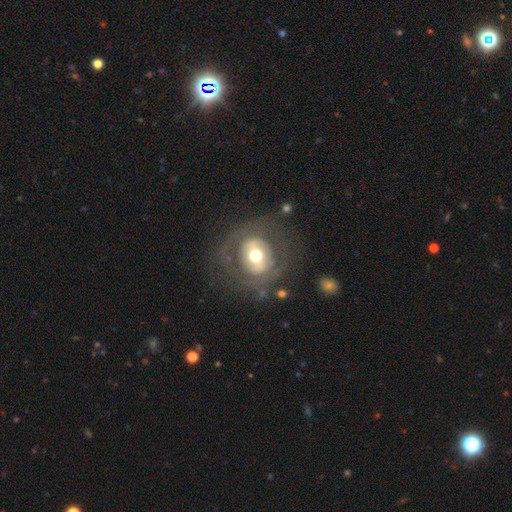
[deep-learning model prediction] smooth-or-featured: featured or disk: 51% | smooth: 41% | star or artifact: 8%
  disk-edge-on: no: 94% | yes: 6%
  merging: none: 73% | minor disturbance: 13% | major disturbance: 13% | merger: 2%